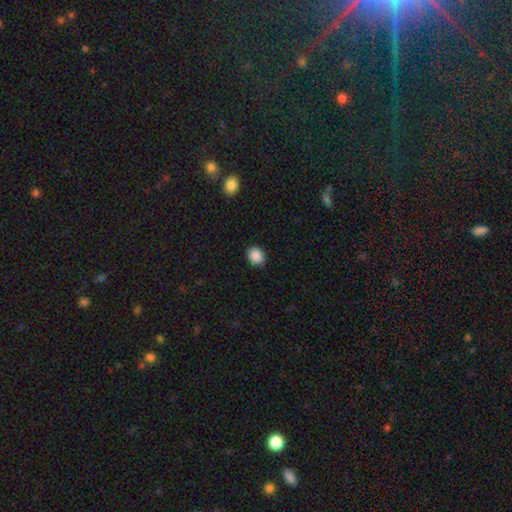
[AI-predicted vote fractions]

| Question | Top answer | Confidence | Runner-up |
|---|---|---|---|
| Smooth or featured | smooth | 89% | star or artifact (8%) |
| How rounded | round | 62% | in between (37%) |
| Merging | none | 89% | minor disturbance (8%) |